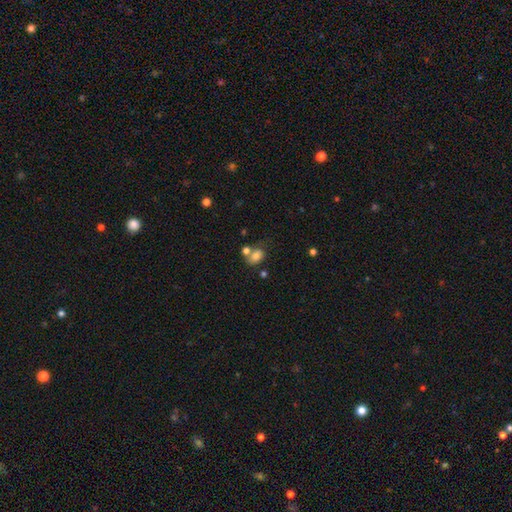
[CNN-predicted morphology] A smooth galaxy with no disk features (76%) that is in between round and cigar-shaped (76%).

Vote fractions:
- Smooth or featured? smooth: 76% / featured or disk: 13% / star or artifact: 11%
- How rounded? in between: 76% / round: 22% / cigar-shaped: 1%
- Merging? none: 43% / merger: 30% / minor disturbance: 18% / major disturbance: 10%